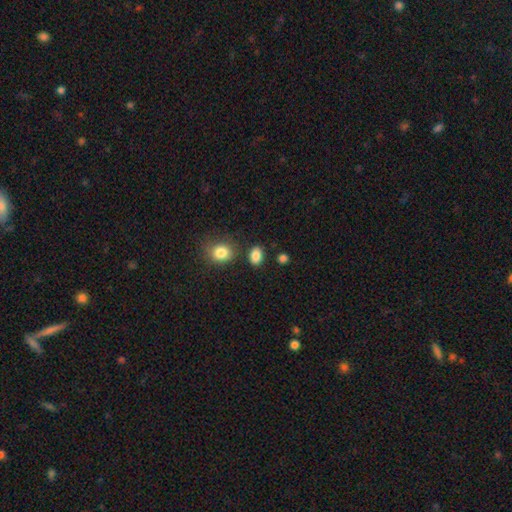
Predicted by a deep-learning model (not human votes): Smooth or featured?
  - smooth: 86% *
  - star or artifact: 10%
  - featured or disk: 4%
How rounded?
  - in between: 73% *
  - round: 26%
  - cigar-shaped: 1%
Merging?
  - none: 80% *
  - minor disturbance: 11%
  - merger: 6%
  - major disturbance: 3%